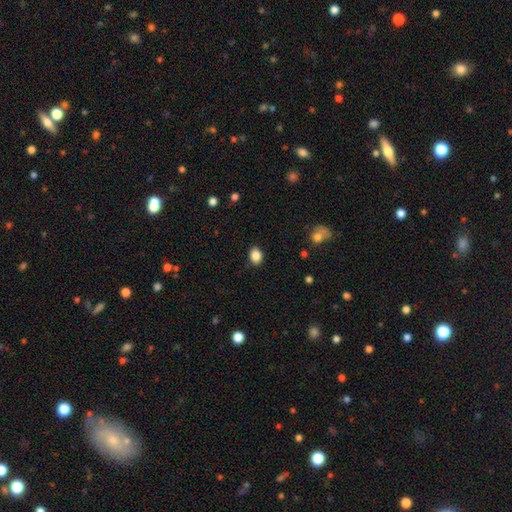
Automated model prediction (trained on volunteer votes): This appears to be a smooth galaxy with no disk features (87%) that is in between round and cigar-shaped (63%). Merging: none (87%).